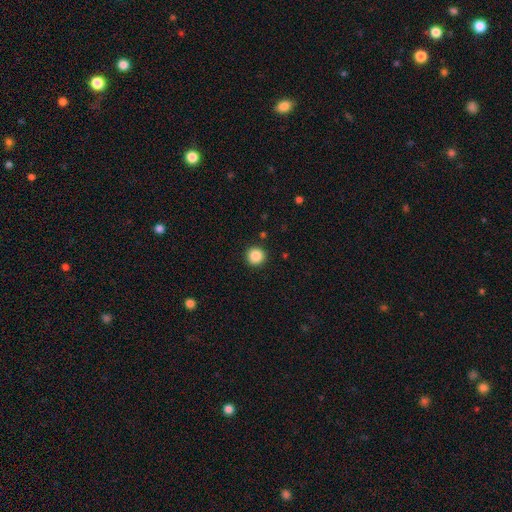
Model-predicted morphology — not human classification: Smooth or featured: smooth — 87% (star or artifact — 10%)
How rounded: round — 95% (in between — 4%)
Merging: none — 92% (minor disturbance — 5%)